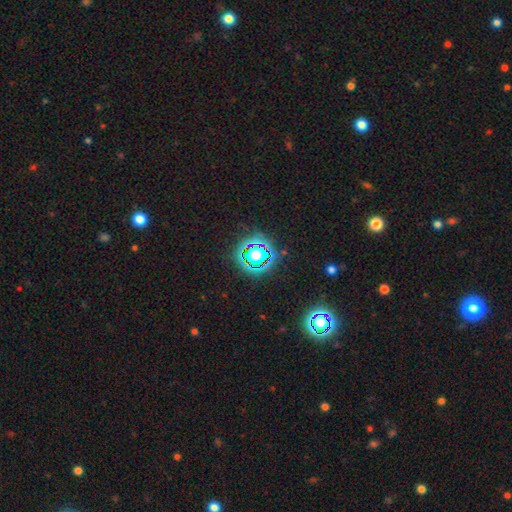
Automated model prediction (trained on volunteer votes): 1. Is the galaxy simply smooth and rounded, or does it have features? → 79% star or artifact, 14% smooth, 8% featured or disk.